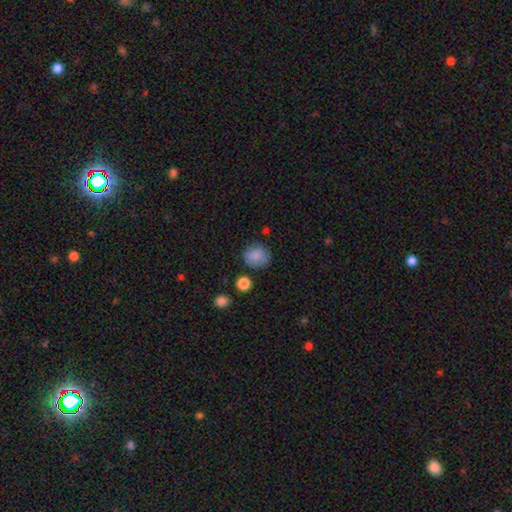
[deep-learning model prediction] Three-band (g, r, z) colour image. It shows a smooth galaxy with no disk features (85%) that is round (77%). Merging: none (77%).